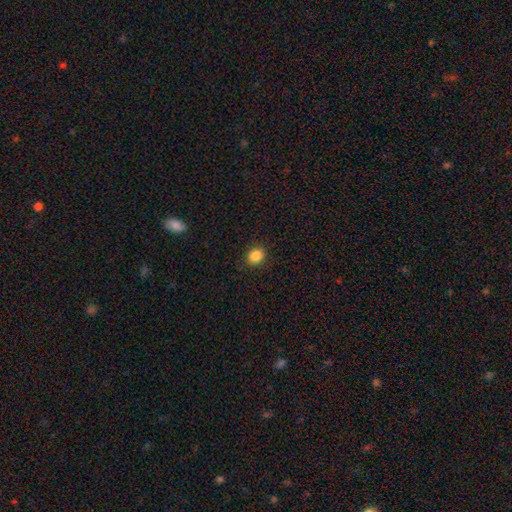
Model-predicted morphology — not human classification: This appears to be a smooth galaxy with no disk features (85%) that is round (69%). Merging: none (90%).